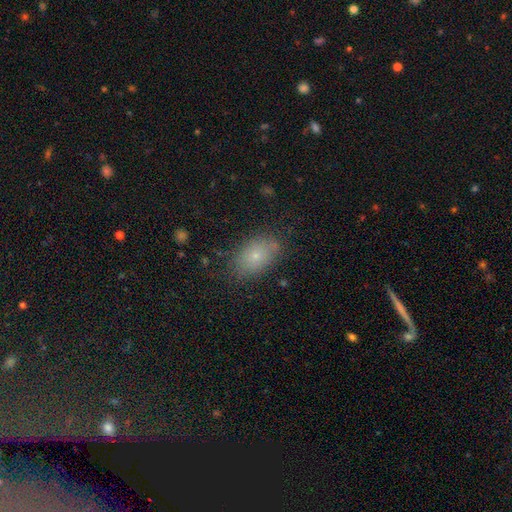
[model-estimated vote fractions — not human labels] Smooth or featured? Predicted: smooth (p=0.74). How rounded? Predicted: in between (p=0.86). Merging? Predicted: none (p=0.77).